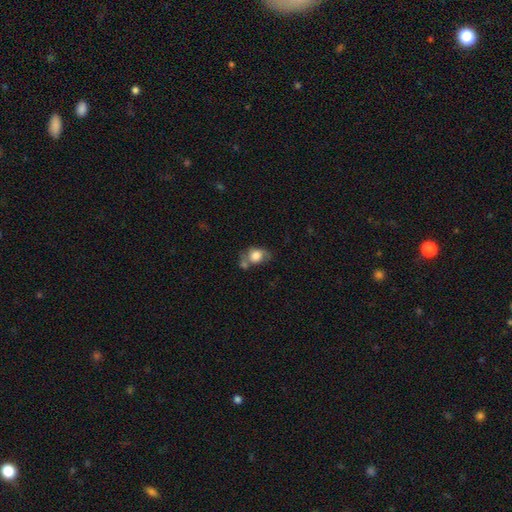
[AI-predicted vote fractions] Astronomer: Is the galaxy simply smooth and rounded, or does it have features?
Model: smooth — 74%.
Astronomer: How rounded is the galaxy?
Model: in between — 56% (runner-up: round, 43%).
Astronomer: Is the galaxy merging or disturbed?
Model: none — 37% (runner-up: merger, 31%).